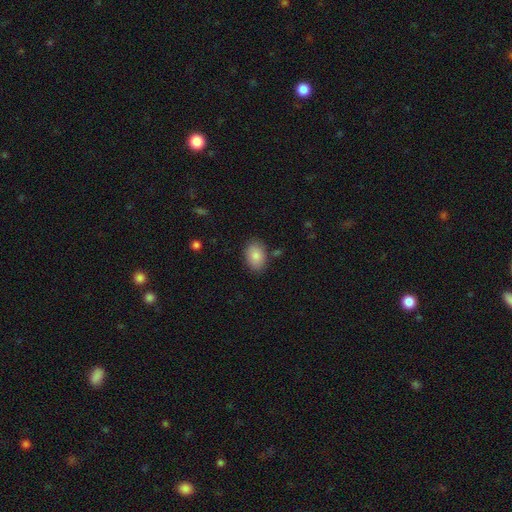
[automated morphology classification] smooth 85%, featured or disk 8%, star or artifact 7%. Down the decision tree: how rounded — in between (86%); merging — none (83%).